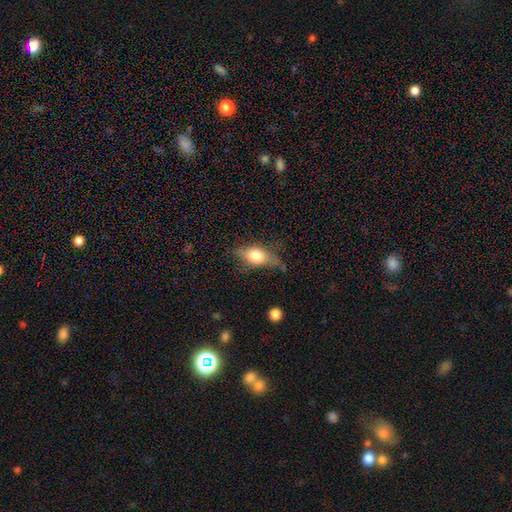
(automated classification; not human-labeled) Morphology: type=smooth (64%); roundness=in between (74%); merging=none (56%).